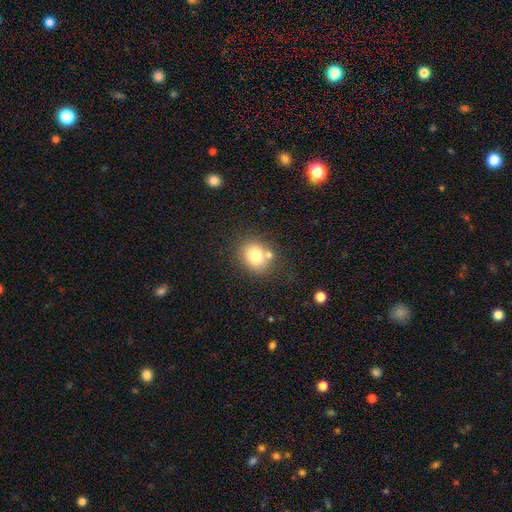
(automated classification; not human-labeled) smooth_or_featured: smooth (p=0.77) [alt: featured or disk p=0.12]
how_rounded: round (p=0.64) [alt: in between p=0.35]
merging: none (p=0.66) [alt: merger p=0.16]